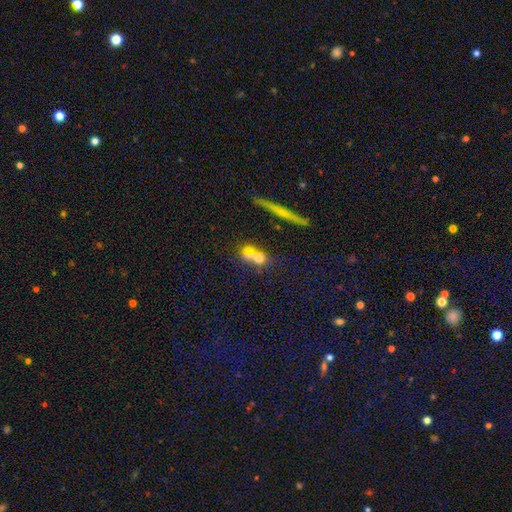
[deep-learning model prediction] The model was most divided on "merging": merger: 44%, none: 40%, minor disturbance: 9%, major disturbance: 6%. More confident: smooth or featured — smooth (53%); how rounded — round (51%).